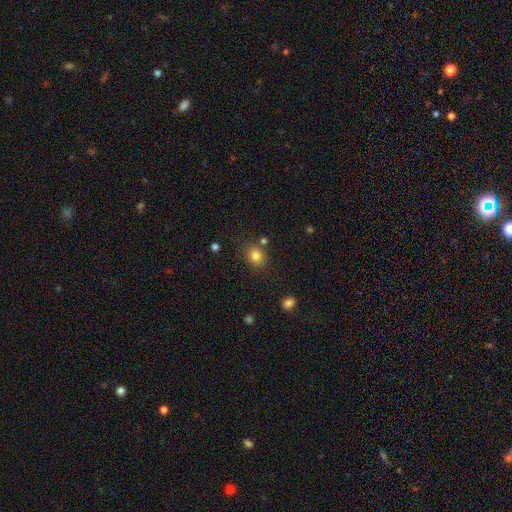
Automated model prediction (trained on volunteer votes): A smooth galaxy with no disk features (82%) that is round (72%).

Vote fractions:
- Smooth or featured? smooth: 82% / star or artifact: 12% / featured or disk: 6%
- How rounded? round: 72% / in between: 27% / cigar-shaped: 1%
- Merging? none: 78% / minor disturbance: 11% / merger: 8% / major disturbance: 4%